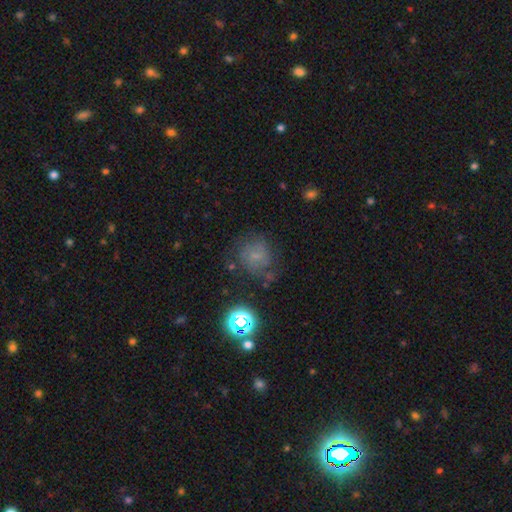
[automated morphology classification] Q: Smooth or featured?
A: smooth (51%); runner-up: featured or disk (27%)
Q: How rounded?
A: round (79%); runner-up: in between (20%)
Q: Merging?
A: none (61%); runner-up: minor disturbance (22%)